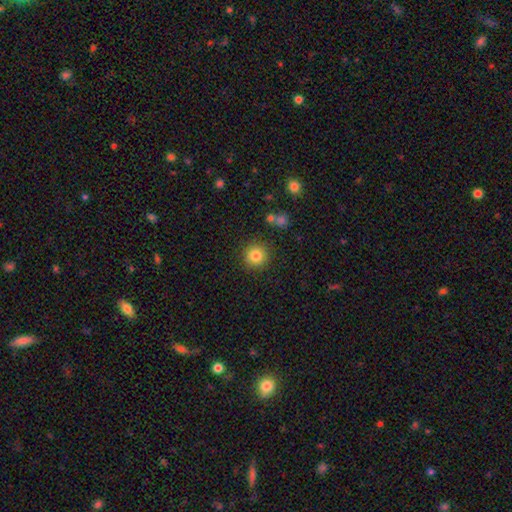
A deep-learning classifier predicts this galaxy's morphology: Smooth or featured: smooth — 82% (star or artifact — 11%)
How rounded: round — 94% (in between — 5%)
Merging: none — 89% (minor disturbance — 7%)